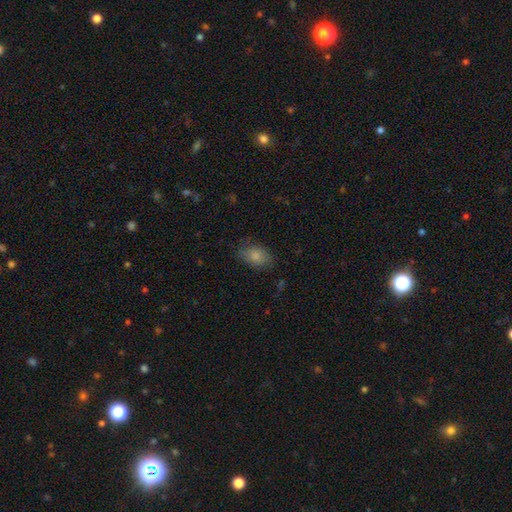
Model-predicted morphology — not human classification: This appears to be a smooth galaxy with no disk features (84%) that is in between round and cigar-shaped (84%). Merging: none (76%).